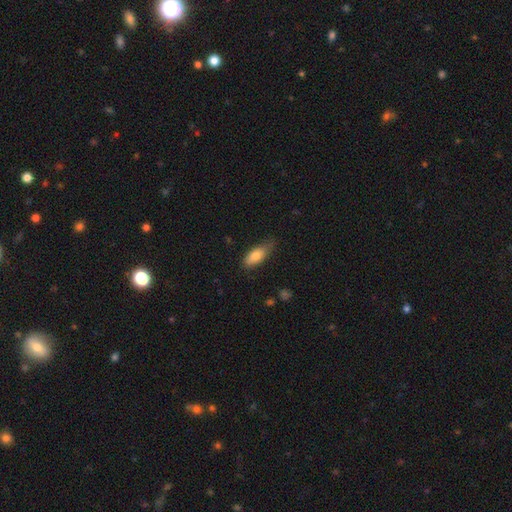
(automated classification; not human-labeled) smooth-or-featured: smooth: 78% | featured or disk: 15% | star or artifact: 7%
  how-rounded: in between: 74% | cigar-shaped: 23% | round: 3%
  merging: none: 64% | minor disturbance: 29% | major disturbance: 5% | merger: 2%